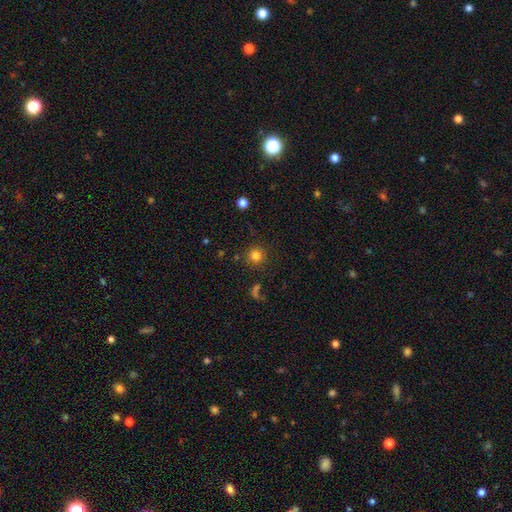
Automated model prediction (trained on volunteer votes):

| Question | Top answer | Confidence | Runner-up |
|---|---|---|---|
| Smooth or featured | smooth | 81% | star or artifact (13%) |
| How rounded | round | 94% | in between (5%) |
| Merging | none | 87% | minor disturbance (7%) |